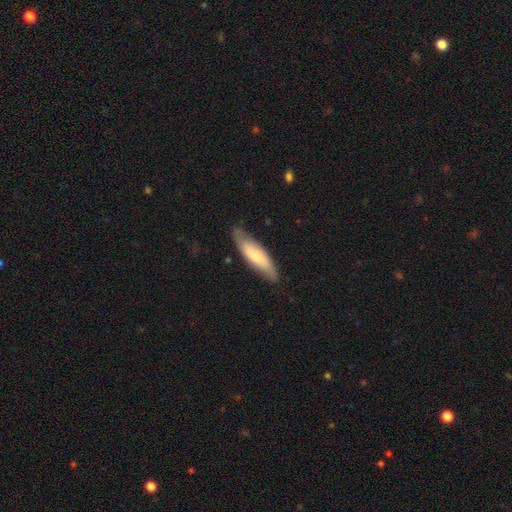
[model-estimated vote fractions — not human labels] A smooth galaxy with no disk features (63%) that is cigar-shaped (59%).

Vote fractions:
- Smooth or featured? smooth: 63% / featured or disk: 31% / star or artifact: 5%
- How rounded? cigar-shaped: 59% / in between: 40% / round: 2%
- Merging? none: 76% / minor disturbance: 19% / major disturbance: 3% / merger: 1%